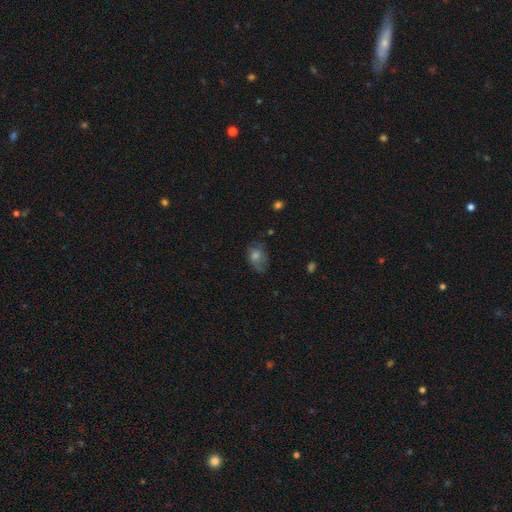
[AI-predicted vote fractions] A smooth galaxy with no disk features (63%) that is in between round and cigar-shaped (68%).

Vote fractions:
- Smooth or featured? smooth: 63% / featured or disk: 22% / star or artifact: 14%
- How rounded? in between: 68% / round: 30% / cigar-shaped: 2%
- Merging? none: 54% / minor disturbance: 31% / major disturbance: 14% / merger: 2%